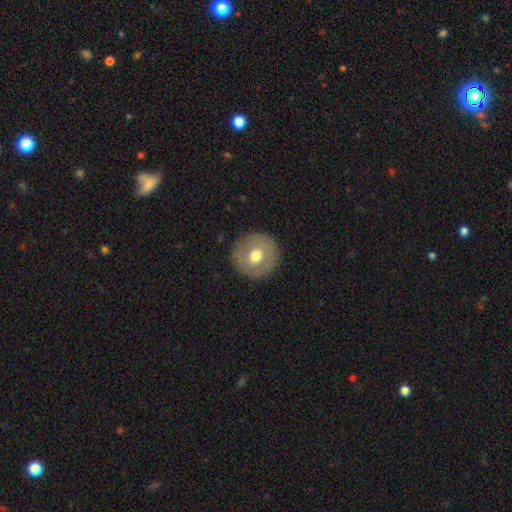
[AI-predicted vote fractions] Smooth or featured: smooth — 58% (featured or disk — 34%)
How rounded: round — 94% (in between — 5%)
Merging: none — 88% (minor disturbance — 8%)